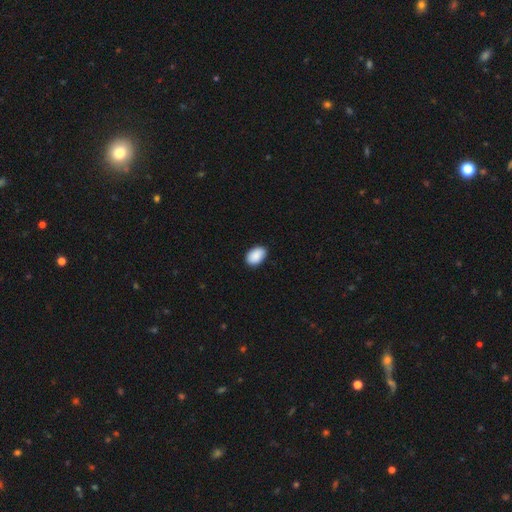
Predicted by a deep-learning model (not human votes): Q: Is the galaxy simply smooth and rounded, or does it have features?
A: smooth — 91%.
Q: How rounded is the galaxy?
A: in between — 89%.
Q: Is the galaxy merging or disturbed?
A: none — 87%.